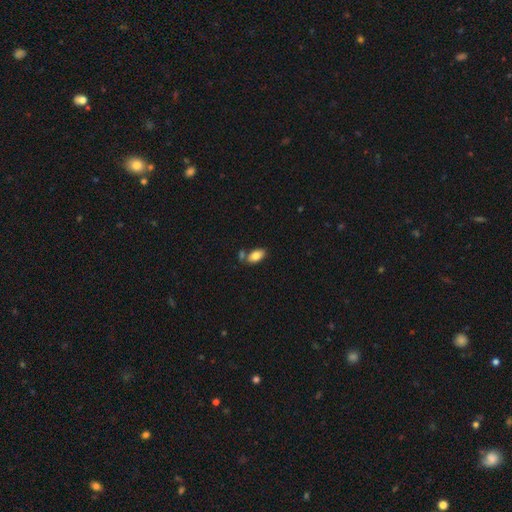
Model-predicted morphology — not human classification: The model was most divided on "merging": none: 66%, merger: 18%, minor disturbance: 13%, major disturbance: 3%. More confident: how rounded — in between (94%); smooth or featured — smooth (83%).